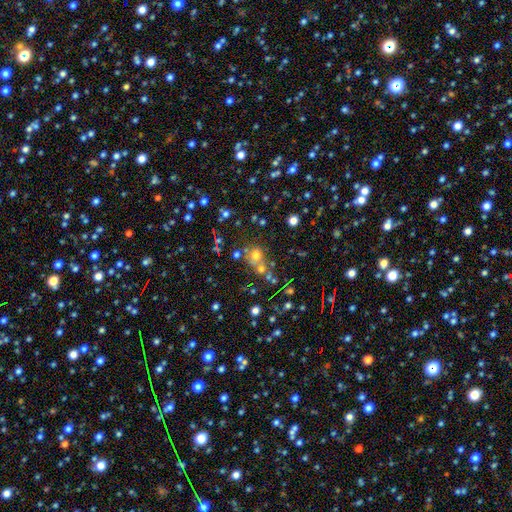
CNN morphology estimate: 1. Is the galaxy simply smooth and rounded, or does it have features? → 59% smooth, 24% star or artifact, 16% featured or disk.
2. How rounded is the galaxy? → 77% round, 22% in between, 1% cigar-shaped.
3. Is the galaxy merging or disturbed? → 50% none, 32% merger, 11% minor disturbance, 7% major disturbance.